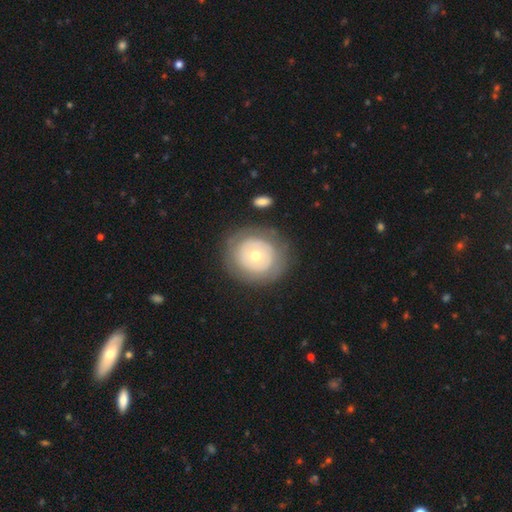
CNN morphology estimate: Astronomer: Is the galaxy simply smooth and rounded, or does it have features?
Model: featured or disk — 50% (runner-up: smooth, 44%).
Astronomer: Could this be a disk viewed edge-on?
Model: no — 96%.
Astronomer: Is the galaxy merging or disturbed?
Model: none — 80%.